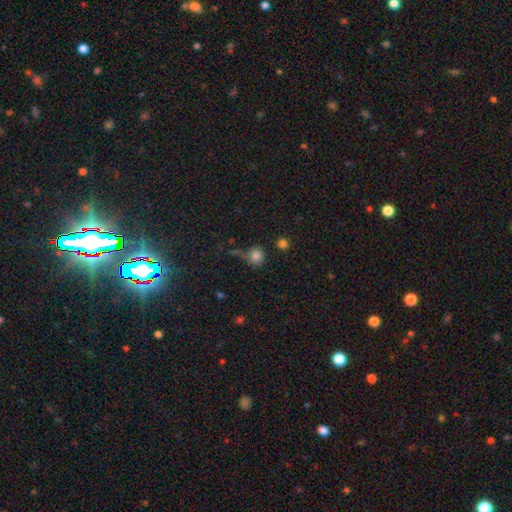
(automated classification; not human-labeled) smooth-or-featured: smooth: 82% | star or artifact: 12% | featured or disk: 5%
  how-rounded: round: 90% | in between: 9% | cigar-shaped: 1%
  merging: none: 67% | minor disturbance: 16% | merger: 11% | major disturbance: 6%